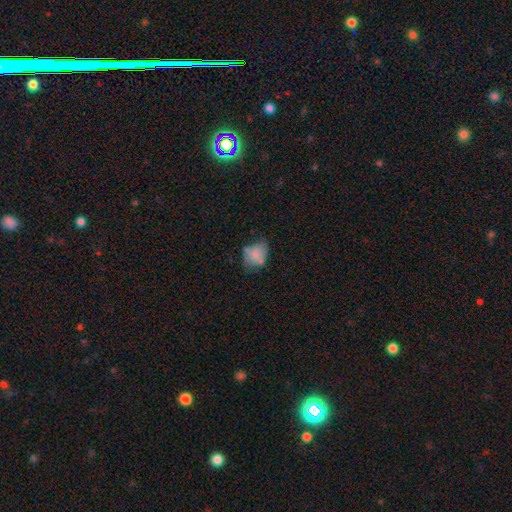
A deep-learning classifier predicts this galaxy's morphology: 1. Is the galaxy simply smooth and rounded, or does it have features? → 72% smooth, 18% featured or disk, 10% star or artifact.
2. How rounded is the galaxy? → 65% in between, 34% round, 1% cigar-shaped.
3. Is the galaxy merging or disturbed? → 45% none, 33% minor disturbance, 14% major disturbance, 8% merger.